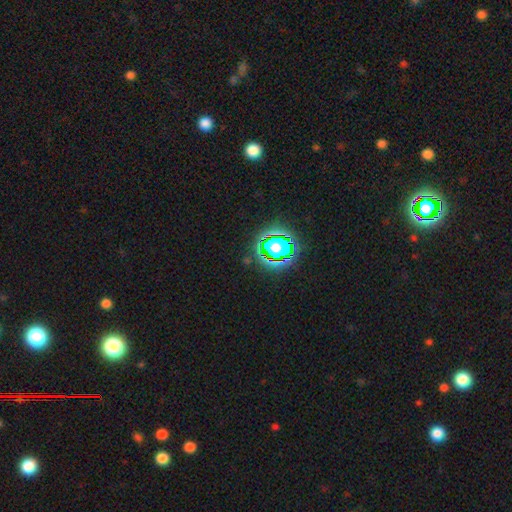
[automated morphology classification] smooth-or-featured: star or artifact: 77% | smooth: 15% | featured or disk: 8%